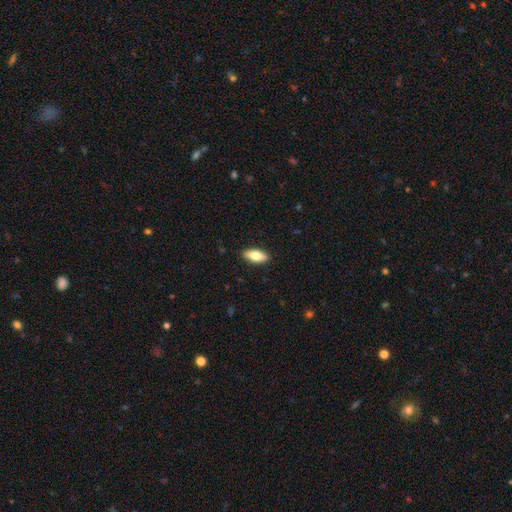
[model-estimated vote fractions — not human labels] The model was most divided on "smooth or featured": smooth: 77%, featured or disk: 16%, star or artifact: 6%. More confident: merging — none (90%); how rounded — in between (86%).